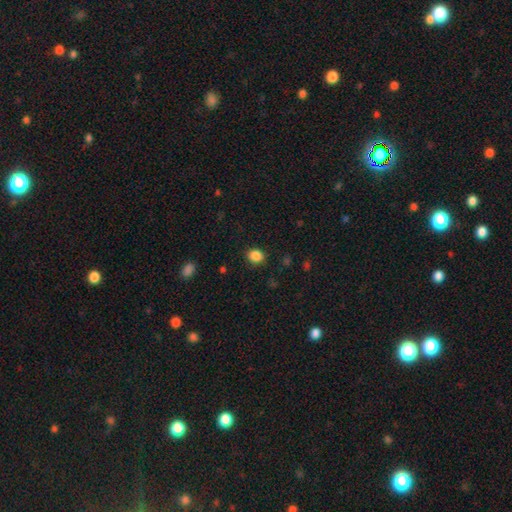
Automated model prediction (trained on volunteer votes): smooth_or_featured: smooth (p=0.86) [alt: star or artifact p=0.10]
how_rounded: round (p=0.63) [alt: in between p=0.36]
merging: none (p=0.88) [alt: minor disturbance p=0.08]